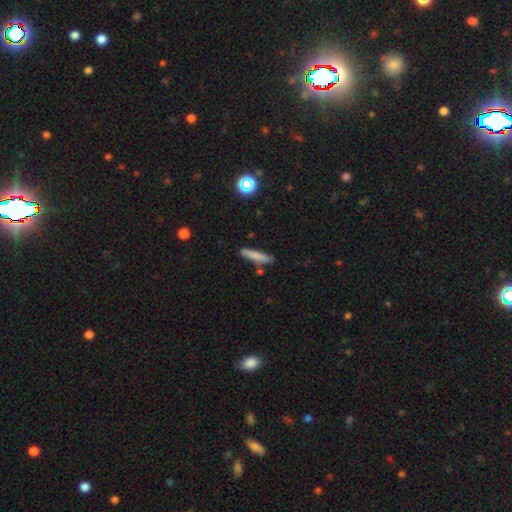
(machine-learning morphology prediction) A smooth galaxy with no disk features (77%) that is cigar-shaped (87%).

Vote fractions:
- Smooth or featured? smooth: 77% / featured or disk: 15% / star or artifact: 8%
- How rounded? cigar-shaped: 87% / in between: 12% / round: 2%
- Merging? none: 80% / minor disturbance: 13% / merger: 5% / major disturbance: 2%